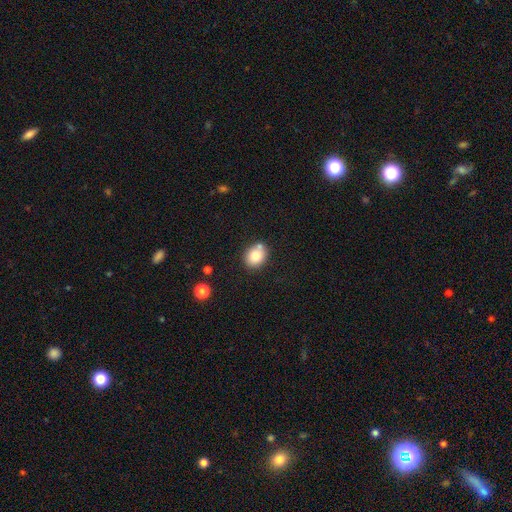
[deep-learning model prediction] Q: Smooth or featured?
A: smooth (79%); runner-up: featured or disk (12%)
Q: How rounded?
A: in between (50%); runner-up: round (49%)
Q: Merging?
A: none (69%); runner-up: minor disturbance (14%)